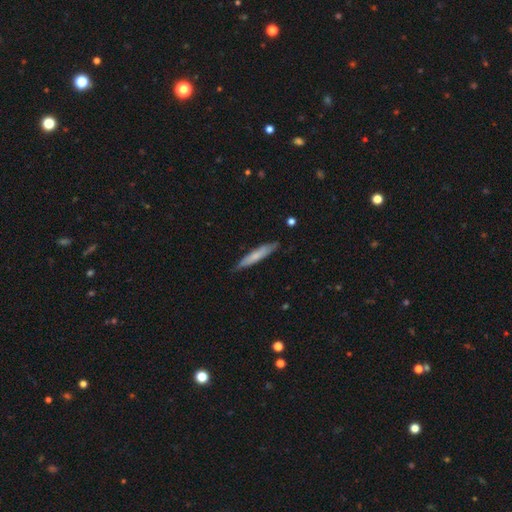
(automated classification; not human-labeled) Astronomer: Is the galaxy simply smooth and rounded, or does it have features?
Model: smooth — 62%.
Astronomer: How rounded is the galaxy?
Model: cigar-shaped — 92%.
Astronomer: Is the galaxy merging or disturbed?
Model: none — 81%.